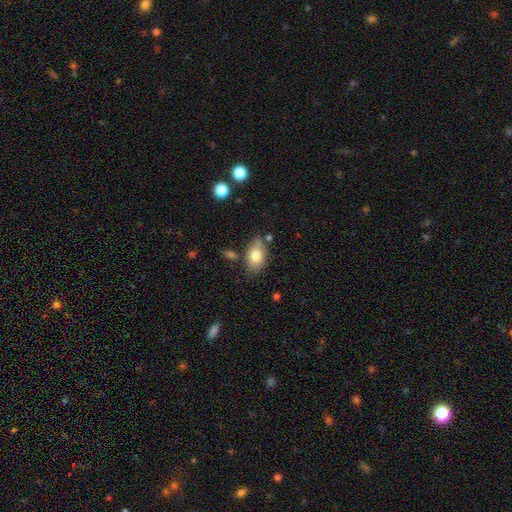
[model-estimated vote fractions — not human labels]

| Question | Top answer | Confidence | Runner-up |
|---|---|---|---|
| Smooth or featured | smooth | 78% | featured or disk (14%) |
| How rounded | in between | 84% | round (15%) |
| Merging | none | 69% | minor disturbance (19%) |